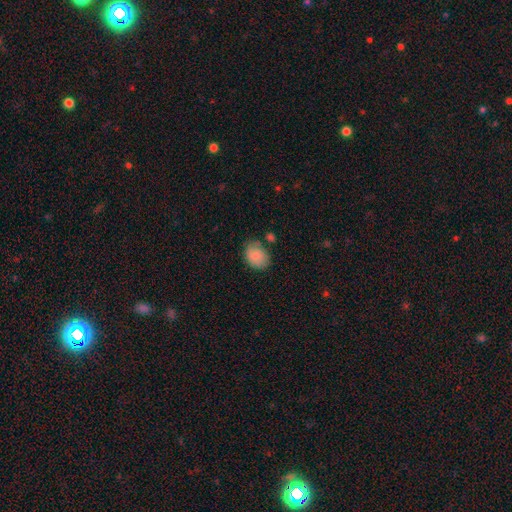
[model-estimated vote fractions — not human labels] Smooth or featured: smooth — 85% (featured or disk — 8%)
How rounded: in between — 69% (round — 30%)
Merging: none — 65% (minor disturbance — 23%)